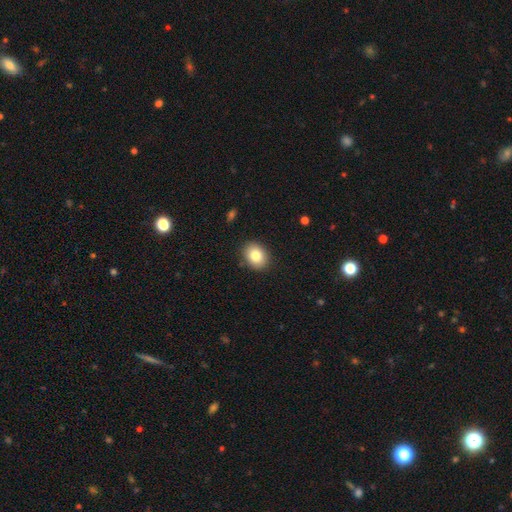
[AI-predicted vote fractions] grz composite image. It shows a smooth galaxy with no disk features (82%) that is in between round and cigar-shaped (53%). Merging: none (88%).